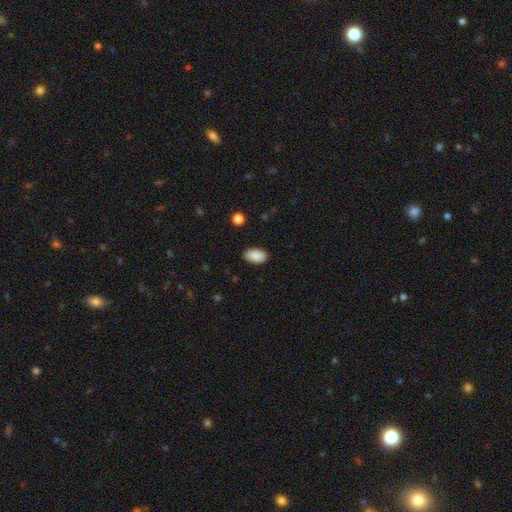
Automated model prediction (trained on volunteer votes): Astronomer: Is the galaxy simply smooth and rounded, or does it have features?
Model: smooth — 89%.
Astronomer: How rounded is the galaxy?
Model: in between — 93%.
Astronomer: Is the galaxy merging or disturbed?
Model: none — 84%.